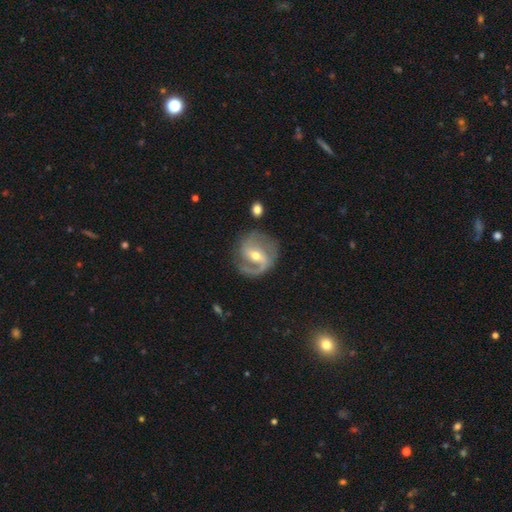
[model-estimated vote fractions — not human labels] This appears to be a featured or disk galaxy (87%) with a weak bar (44%), 2 (78%) medium (51%) spiral arms (95%) and a moderate central bulge (57%). Merging: none (73%).